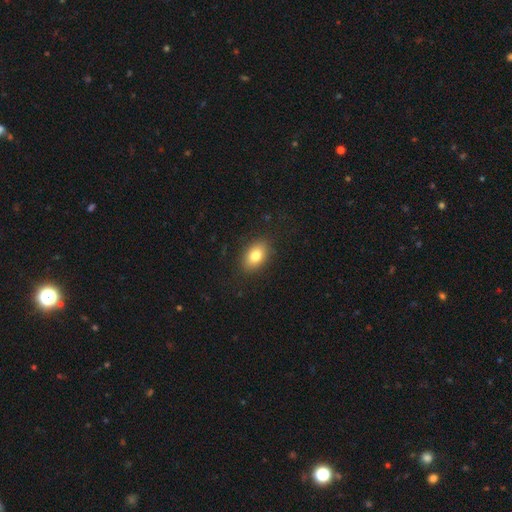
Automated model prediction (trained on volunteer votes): Smooth or featured: smooth — 79% (featured or disk — 12%)
How rounded: in between — 83% (round — 15%)
Merging: none — 87% (minor disturbance — 9%)